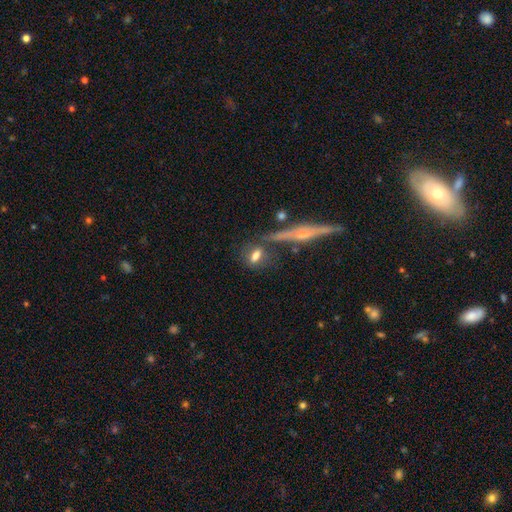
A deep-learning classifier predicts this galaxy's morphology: This appears to be a smooth galaxy with no disk features (66%) that is in between round and cigar-shaped (65%). Merging: none (61%).